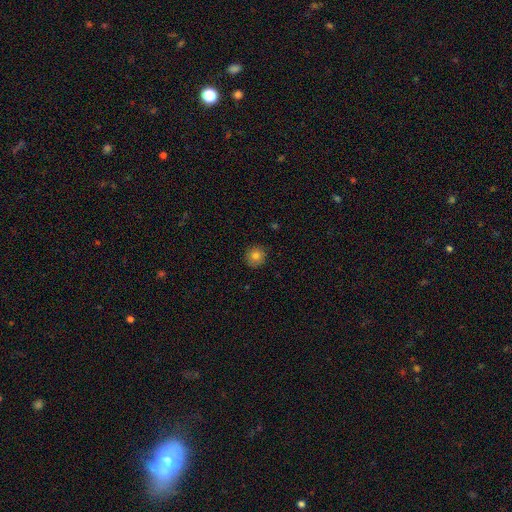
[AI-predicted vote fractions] Q: Smooth or featured?
A: smooth (80%); runner-up: star or artifact (11%)
Q: How rounded?
A: round (92%); runner-up: in between (7%)
Q: Merging?
A: none (88%); runner-up: minor disturbance (9%)